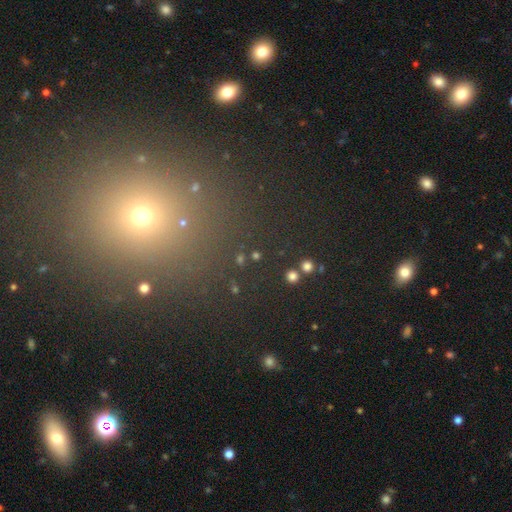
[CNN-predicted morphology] The model was most divided on "smooth or featured": star or artifact: 49%, smooth: 43%, featured or disk: 8%.